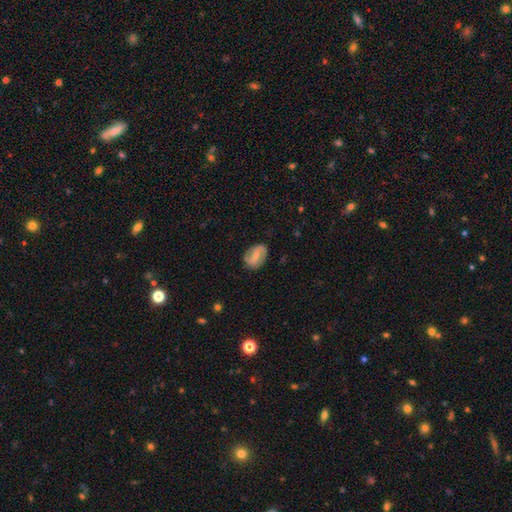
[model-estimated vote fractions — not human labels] Q: Smooth or featured?
A: featured or disk (62%); runner-up: smooth (32%)
Q: Edge-on disk?
A: no (96%); runner-up: yes (4%)
Q: Bar?
A: weak (42%); runner-up: strong (31%)
Q: Spiral arms?
A: yes (82%); runner-up: no (18%)
Q: Bulge size?
A: small (50%); runner-up: moderate (42%)
Q: Merging?
A: none (79%); runner-up: minor disturbance (16%)